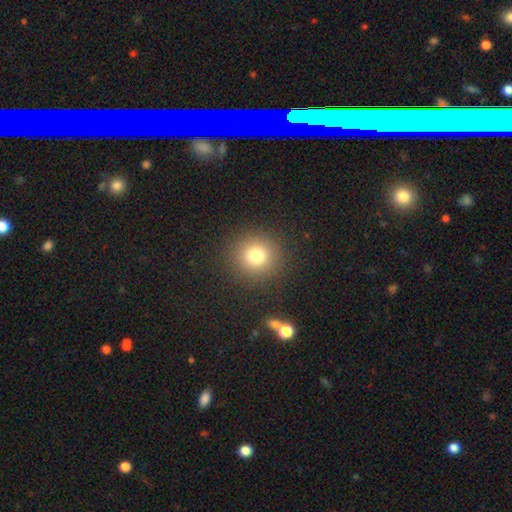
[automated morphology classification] smooth-or-featured: smooth: 77% | star or artifact: 14% | featured or disk: 9%
  how-rounded: round: 91% | in between: 8% | cigar-shaped: 1%
  merging: none: 89% | minor disturbance: 6% | major disturbance: 3% | merger: 2%